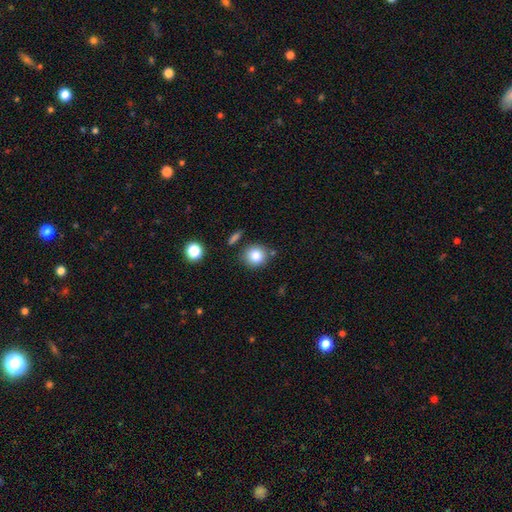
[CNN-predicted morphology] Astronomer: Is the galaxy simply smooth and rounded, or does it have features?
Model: smooth — 83%.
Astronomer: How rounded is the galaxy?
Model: round — 89%.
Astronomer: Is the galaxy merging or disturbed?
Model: none — 78%.